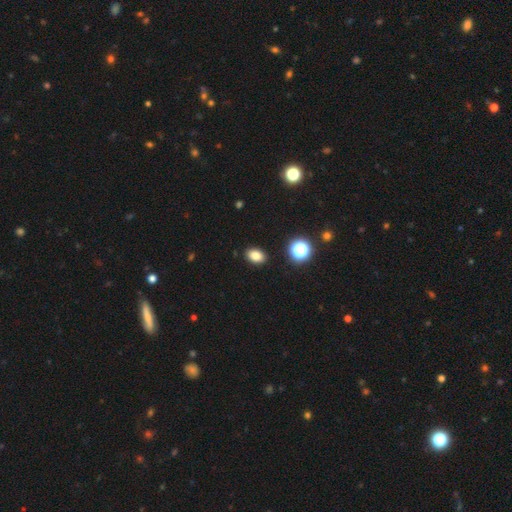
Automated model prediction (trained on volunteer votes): smooth-or-featured: smooth: 82% | star or artifact: 13% | featured or disk: 6%
  how-rounded: in between: 82% | round: 16% | cigar-shaped: 1%
  merging: none: 89% | minor disturbance: 7% | major disturbance: 2% | merger: 1%